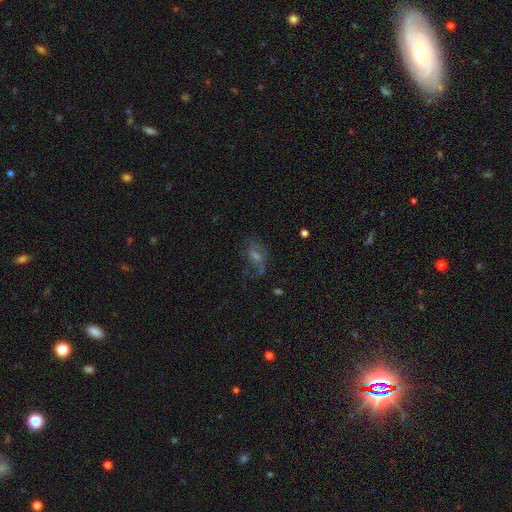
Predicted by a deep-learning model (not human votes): Q: Smooth or featured?
A: featured or disk (52%); runner-up: smooth (25%)
Q: Edge-on disk?
A: no (93%); runner-up: yes (7%)
Q: Merging?
A: none (56%); runner-up: major disturbance (22%)